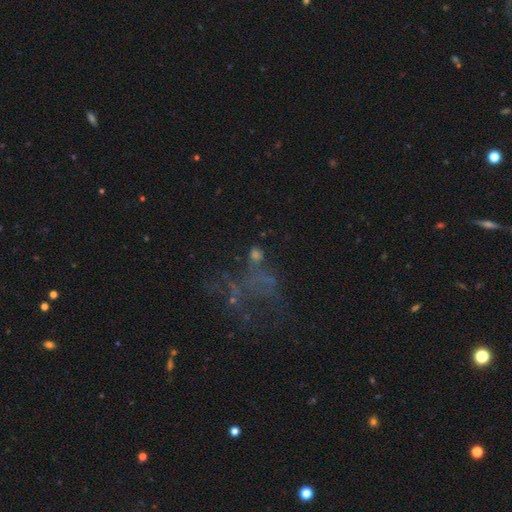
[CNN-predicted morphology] Smooth or featured: star or artifact — 38% (featured or disk — 32%)